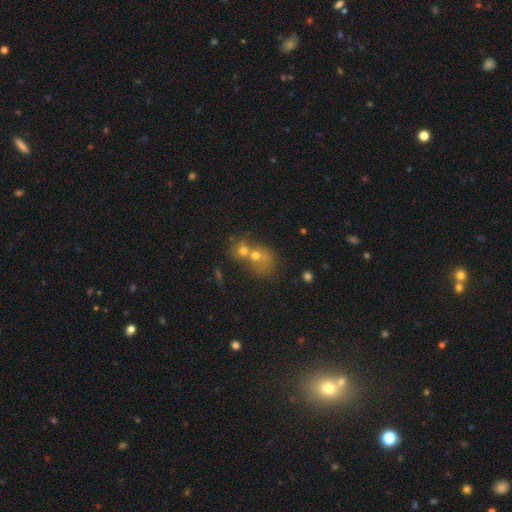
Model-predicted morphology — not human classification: Smooth or featured: smooth — 53% (featured or disk — 26%)
How rounded: round — 61% (in between — 37%)
Merging: merger — 68% (none — 20%)